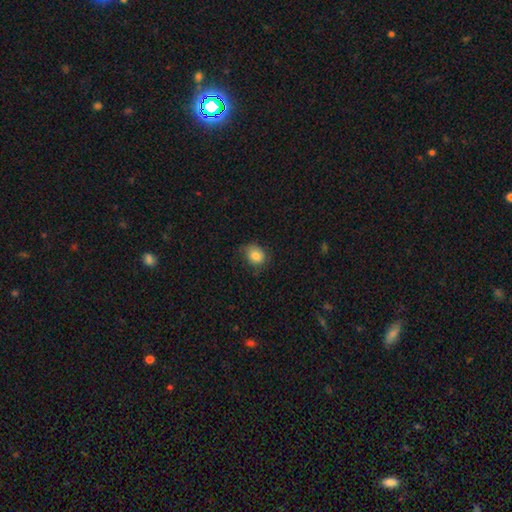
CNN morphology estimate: Smooth or featured: smooth — 84% (star or artifact — 9%)
How rounded: round — 63% (in between — 37%)
Merging: none — 68% (minor disturbance — 25%)